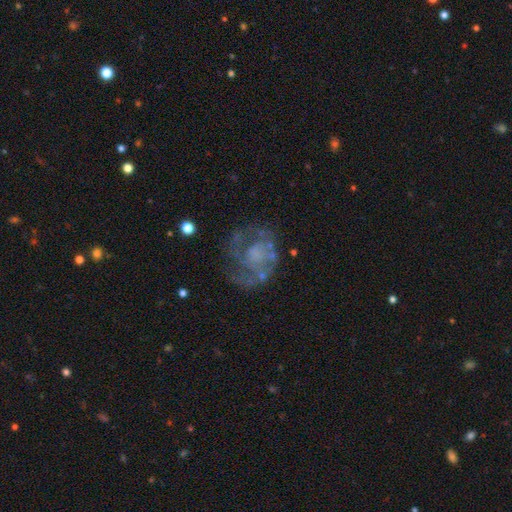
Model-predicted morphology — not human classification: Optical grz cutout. It shows a featured or disk galaxy (71%) with no bar (84%), spiral arms (60%) and no central bulge (57%). Merging: none (55%).